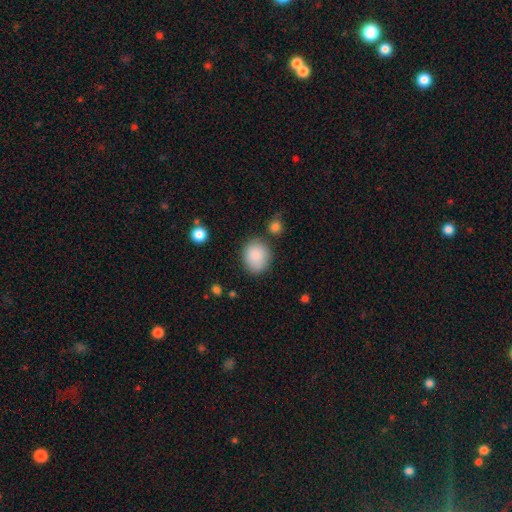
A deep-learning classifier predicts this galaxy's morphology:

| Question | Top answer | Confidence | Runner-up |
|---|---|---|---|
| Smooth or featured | smooth | 87% | star or artifact (7%) |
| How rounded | round | 57% | in between (42%) |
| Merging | none | 76% | minor disturbance (15%) |